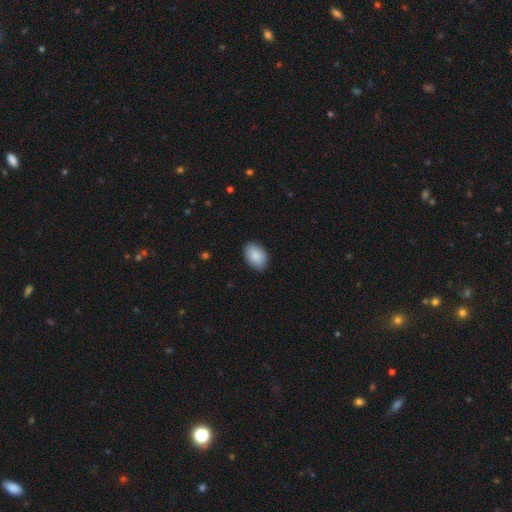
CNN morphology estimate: type=smooth (88%); roundness=in between (87%); merging=none (84%).